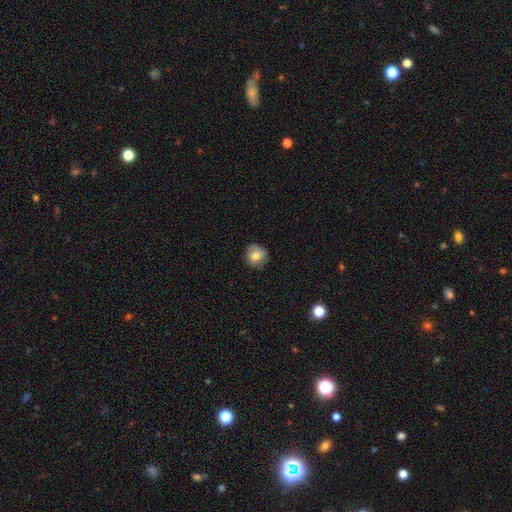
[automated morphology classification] smooth_or_featured: smooth (p=0.79) [alt: featured or disk p=0.12]
how_rounded: round (p=0.91) [alt: in between p=0.08]
merging: none (p=0.88) [alt: minor disturbance p=0.09]